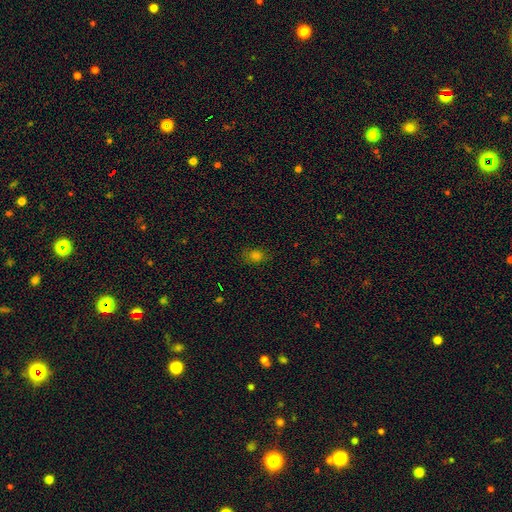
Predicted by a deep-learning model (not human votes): This is likely a smooth galaxy (74%). How rounded: possibly in between (59%). Merging: clearly none (80%).